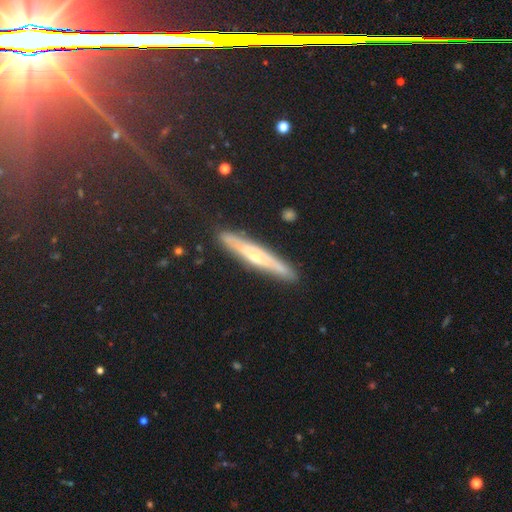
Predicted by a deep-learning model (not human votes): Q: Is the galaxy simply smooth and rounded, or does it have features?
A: featured or disk — 63%.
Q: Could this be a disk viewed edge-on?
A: yes — 82%.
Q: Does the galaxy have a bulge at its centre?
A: rounded — 60%.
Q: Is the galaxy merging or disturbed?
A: none — 87%.